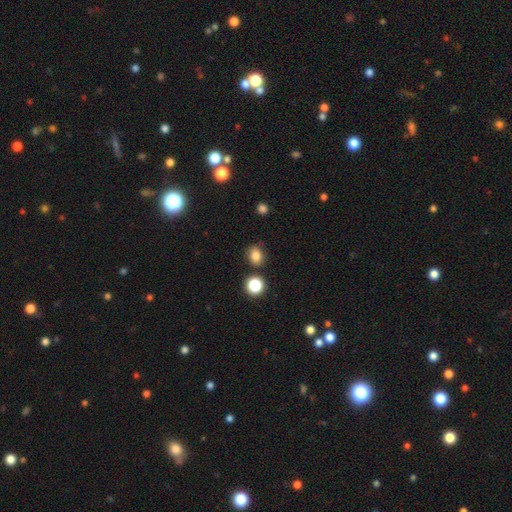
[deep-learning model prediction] Overall: smooth (80%). How rounded: round (59%; in between 40%). Merging: none (80%).